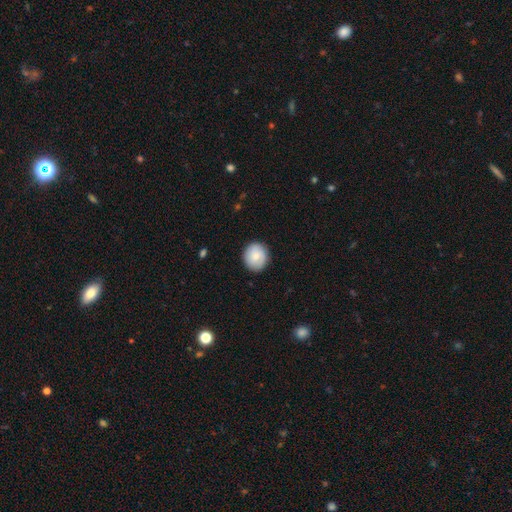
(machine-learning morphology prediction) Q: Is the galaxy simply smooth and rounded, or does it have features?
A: smooth — 78%.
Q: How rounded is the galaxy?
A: round — 83%.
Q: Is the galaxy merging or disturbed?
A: none — 88%.